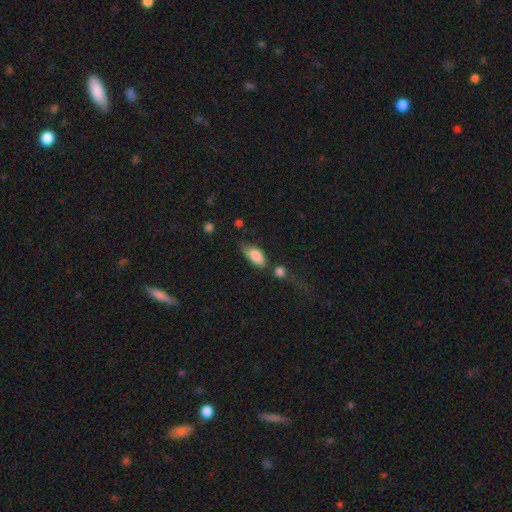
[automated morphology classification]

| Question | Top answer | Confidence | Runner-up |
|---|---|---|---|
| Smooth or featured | smooth | 83% | featured or disk (10%) |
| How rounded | in between | 90% | cigar-shaped (6%) |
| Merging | none | 40% | minor disturbance (29%) |